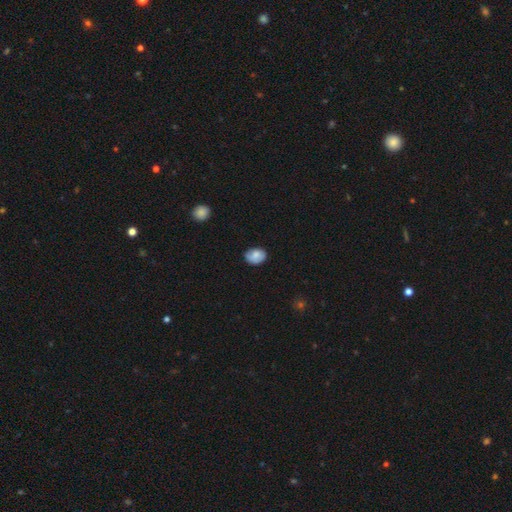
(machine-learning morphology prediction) A smooth galaxy with no disk features (74%) that is in between round and cigar-shaped (60%).

Vote fractions:
- Smooth or featured? smooth: 74% / featured or disk: 18% / star or artifact: 8%
- How rounded? in between: 60% / round: 39% / cigar-shaped: 1%
- Merging? none: 70% / minor disturbance: 24% / major disturbance: 5% / merger: 1%